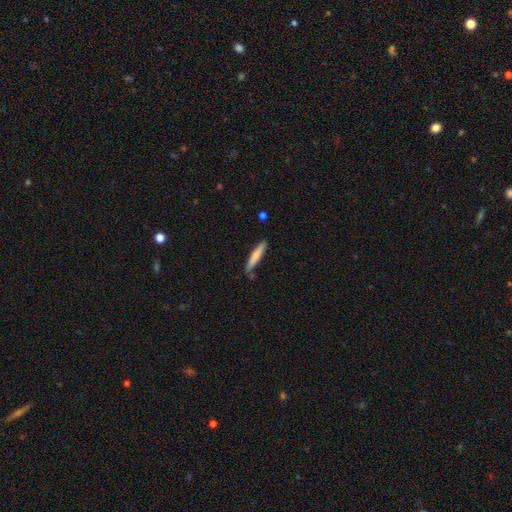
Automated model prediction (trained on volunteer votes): Overall: smooth (69%). How rounded: cigar-shaped (91%). Merging: none (75%).